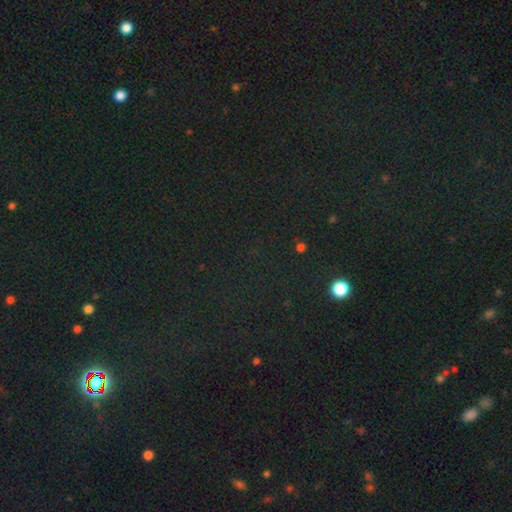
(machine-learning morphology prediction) This appears to be a star or artifact, not a galaxy (79%).